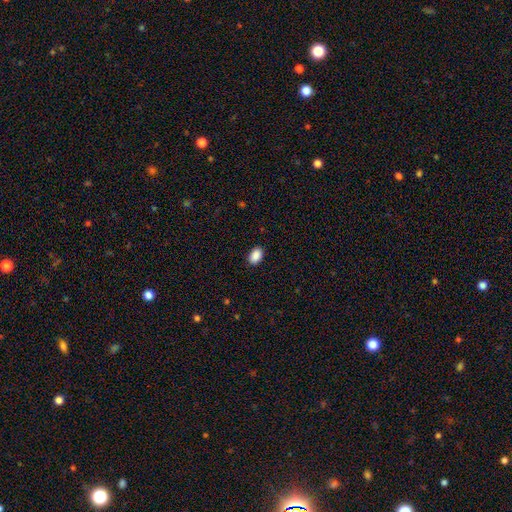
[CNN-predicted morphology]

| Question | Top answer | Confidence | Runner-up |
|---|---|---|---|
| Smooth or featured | smooth | 90% | star or artifact (8%) |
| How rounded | in between | 90% | round (9%) |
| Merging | none | 89% | minor disturbance (8%) |